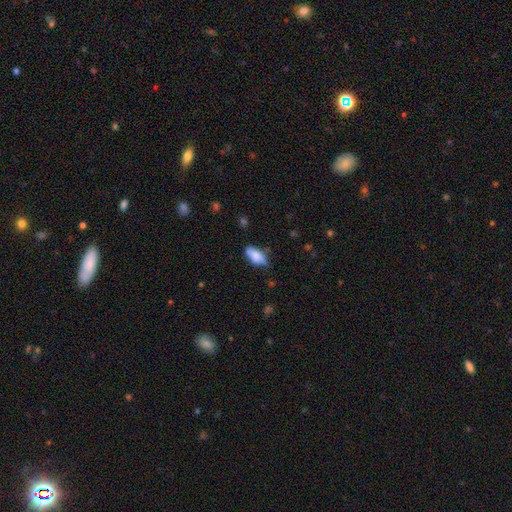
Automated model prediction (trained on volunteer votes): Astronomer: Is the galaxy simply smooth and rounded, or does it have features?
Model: smooth — 79%.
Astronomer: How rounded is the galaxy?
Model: in between — 88%.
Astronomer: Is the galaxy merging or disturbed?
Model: none — 67%.